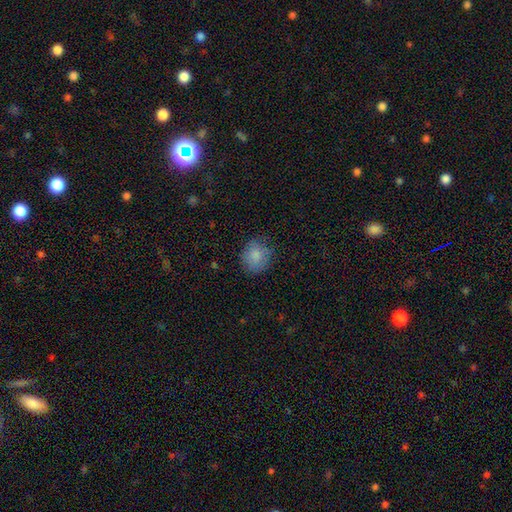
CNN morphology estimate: Smooth or featured: smooth — 84% (star or artifact — 8%)
How rounded: round — 82% (in between — 17%)
Merging: none — 78% (minor disturbance — 17%)